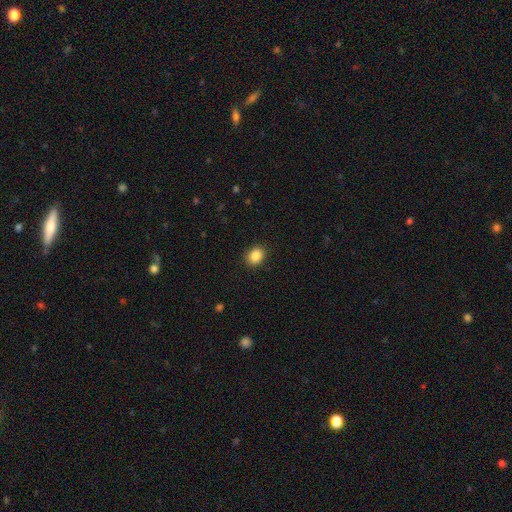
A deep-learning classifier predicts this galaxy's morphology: Smooth or featured? smooth (87%)
How rounded? round (53%)
Merging? none (90%)